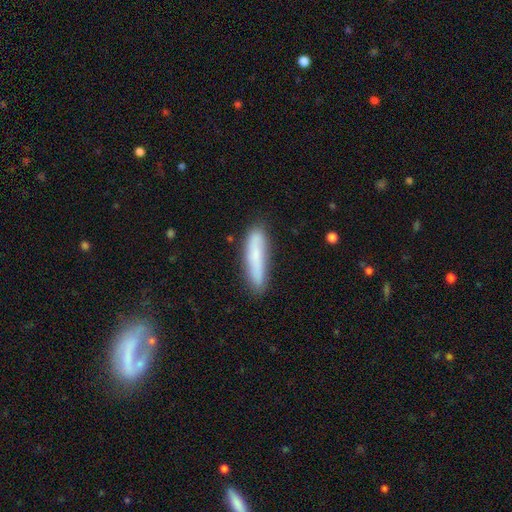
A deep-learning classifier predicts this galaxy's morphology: smooth 69%, featured or disk 24%, star or artifact 7%. Down the decision tree: how rounded — cigar-shaped (80%); merging — none (79%).